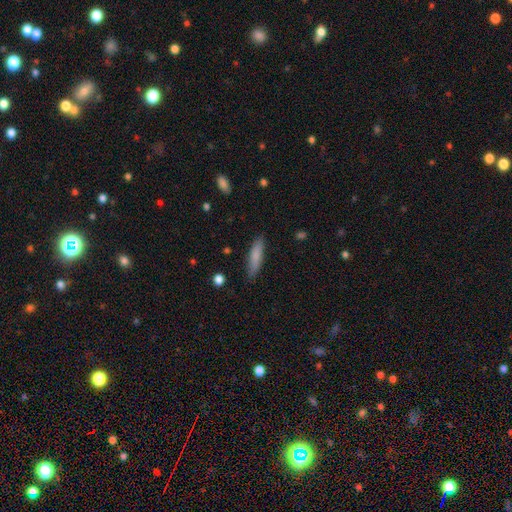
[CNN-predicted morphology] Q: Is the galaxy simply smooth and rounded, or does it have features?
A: smooth — 81%.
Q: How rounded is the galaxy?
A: cigar-shaped — 75%.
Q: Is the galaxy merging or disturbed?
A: none — 84%.